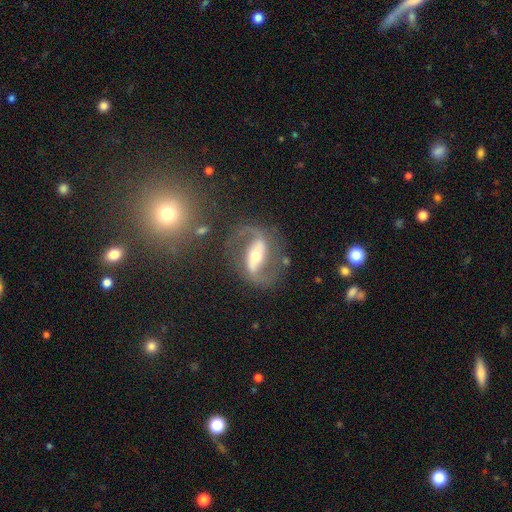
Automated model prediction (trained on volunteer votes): Q: Smooth or featured?
A: featured or disk (88%); runner-up: smooth (6%)
Q: Edge-on disk?
A: no (96%); runner-up: yes (4%)
Q: Bar?
A: strong (58%); runner-up: weak (26%)
Q: Spiral arms?
A: yes (96%); runner-up: no (4%)
Q: Spiral winding?
A: medium (49%); runner-up: loose (38%)
Q: Spiral arm count?
A: 2 (92%); runner-up: 1 (3%)
Q: Bulge size?
A: moderate (57%); runner-up: small (32%)
Q: Merging?
A: none (74%); runner-up: minor disturbance (13%)